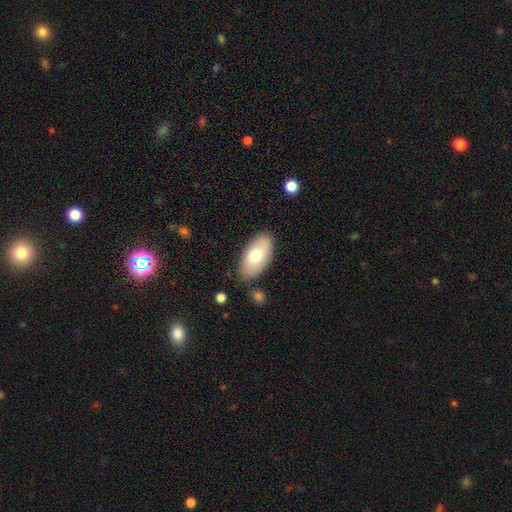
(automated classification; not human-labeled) Overall: smooth (70%). How rounded: in between (94%). Merging: none (83%).